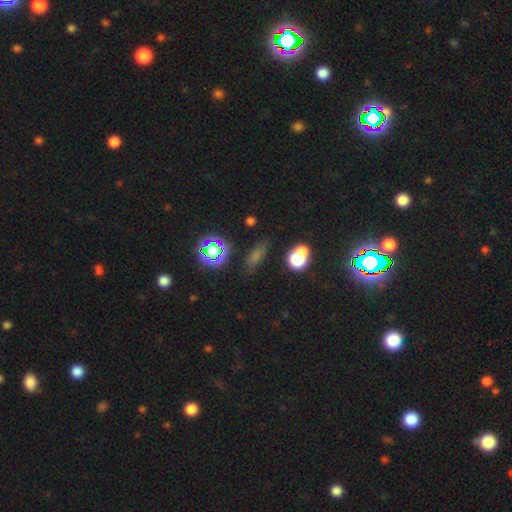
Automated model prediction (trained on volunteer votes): Smooth or featured?
  - smooth: 46% *
  - star or artifact: 39%
  - featured or disk: 15%
Merging?
  - none: 76% *
  - minor disturbance: 12%
  - merger: 7%
  - major disturbance: 4%